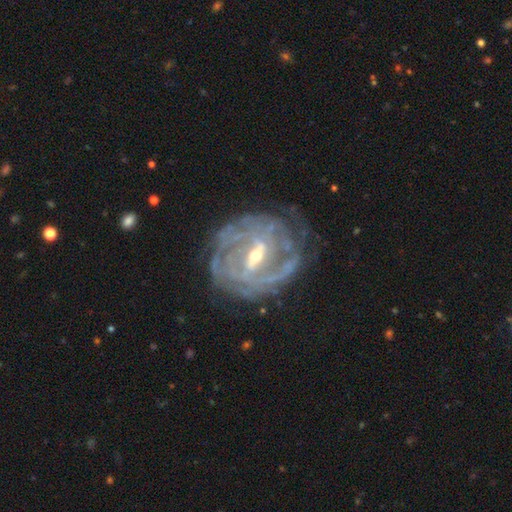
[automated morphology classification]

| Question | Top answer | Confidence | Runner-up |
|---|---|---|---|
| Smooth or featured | featured or disk | 88% | star or artifact (6%) |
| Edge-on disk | no | 95% | yes (5%) |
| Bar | strong | 52% | weak (37%) |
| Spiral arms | yes | 92% | no (8%) |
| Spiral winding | tight | 73% | medium (22%) |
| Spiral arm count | can't tell | 38% | 2 (20%) |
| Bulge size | small | 52% | moderate (44%) |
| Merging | none | 74% | minor disturbance (17%) |